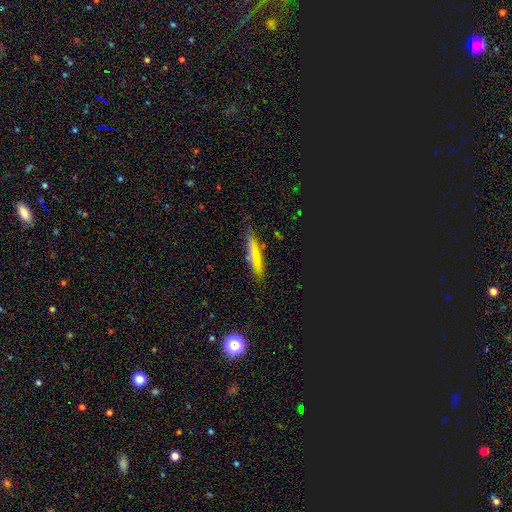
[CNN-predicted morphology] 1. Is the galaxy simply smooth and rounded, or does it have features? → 57% smooth, 22% featured or disk, 21% star or artifact.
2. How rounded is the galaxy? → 74% cigar-shaped, 21% in between, 5% round.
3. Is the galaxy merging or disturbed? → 82% none, 13% minor disturbance, 3% major disturbance, 2% merger.